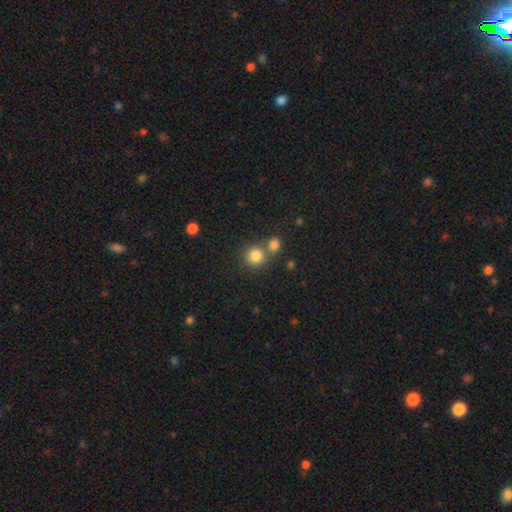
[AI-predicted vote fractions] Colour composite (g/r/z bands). It shows a smooth galaxy with no disk features (82%) that is round (89%). Merging: none (60%).